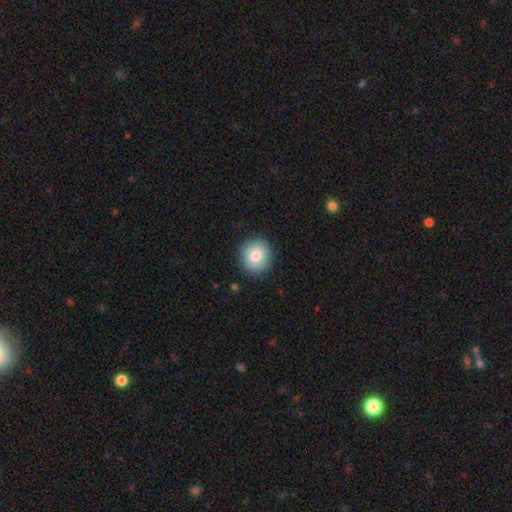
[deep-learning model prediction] Smooth or featured?
  - smooth: 82% *
  - featured or disk: 10%
  - star or artifact: 8%
How rounded?
  - round: 88% *
  - in between: 11%
  - cigar-shaped: 1%
Merging?
  - none: 89% *
  - minor disturbance: 8%
  - major disturbance: 2%
  - merger: 1%